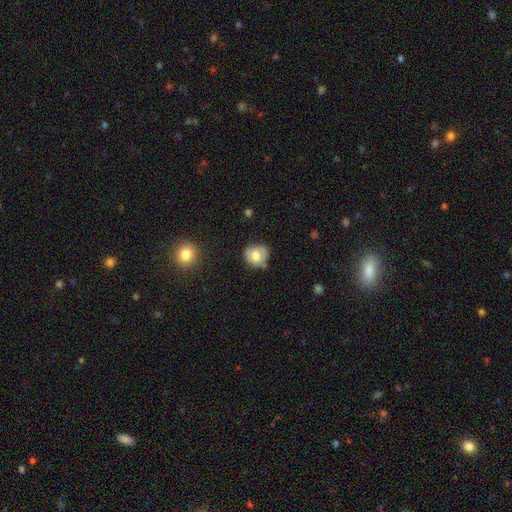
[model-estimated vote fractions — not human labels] Q: Smooth or featured?
A: smooth (71%); runner-up: featured or disk (21%)
Q: How rounded?
A: round (80%); runner-up: in between (19%)
Q: Merging?
A: none (64%); runner-up: minor disturbance (26%)